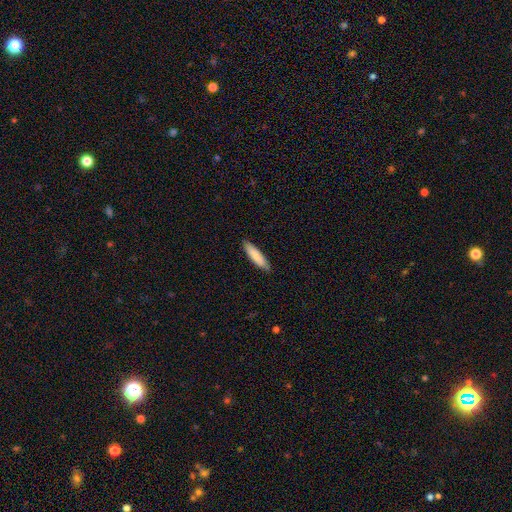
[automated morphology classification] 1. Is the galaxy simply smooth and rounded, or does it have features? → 84% smooth, 11% featured or disk, 5% star or artifact.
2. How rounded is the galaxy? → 73% cigar-shaped, 25% in between, 1% round.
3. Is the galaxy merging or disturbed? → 86% none, 11% minor disturbance, 2% major disturbance, 1% merger.